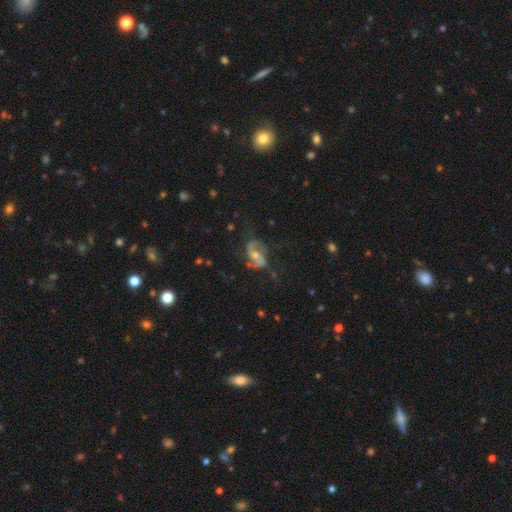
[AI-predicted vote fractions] A featured or disk galaxy (69%) with no bar (46%), 2 (81%) loose (49%) spiral arms (82%) and a moderate central bulge (57%). Merging: none (49%).